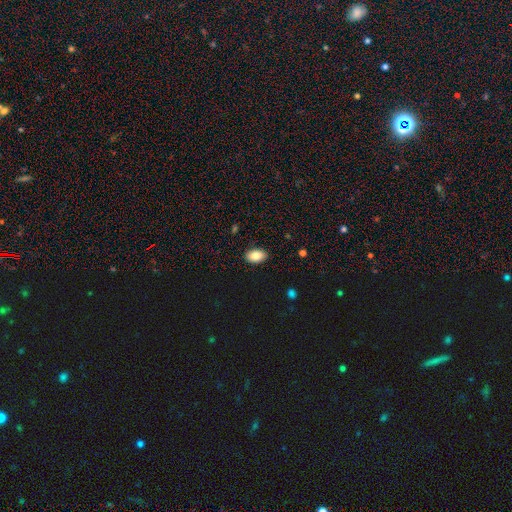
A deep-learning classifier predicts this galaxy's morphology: Smooth or featured? Predicted: smooth (p=0.85). How rounded? Predicted: in between (p=0.91). Merging? Predicted: none (p=0.89).